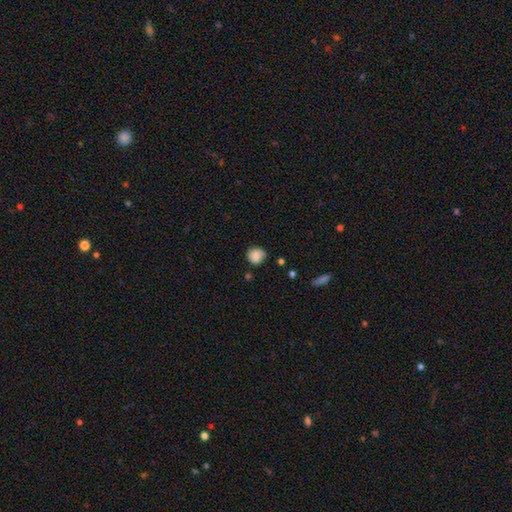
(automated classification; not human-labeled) smooth 78%, featured or disk 13%, star or artifact 9%. Down the decision tree: how rounded — round (82%); merging — none (73%).